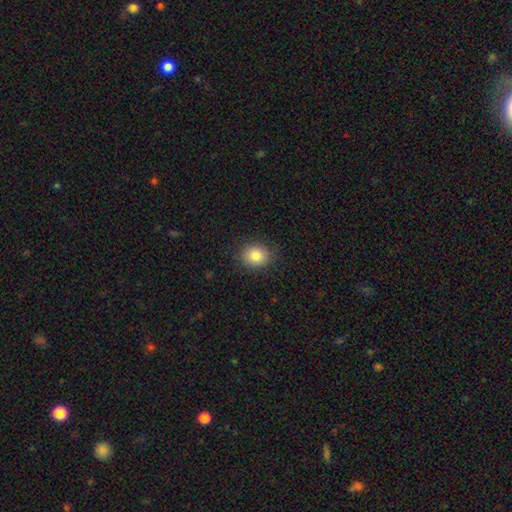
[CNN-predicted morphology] Smooth or featured: smooth — 83% (star or artifact — 10%)
How rounded: round — 66% (in between — 33%)
Merging: none — 87% (minor disturbance — 9%)